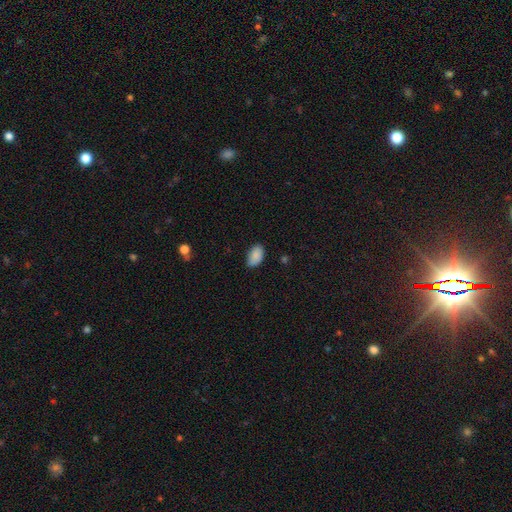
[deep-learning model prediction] Smooth or featured? smooth (88%)
How rounded? in between (93%)
Merging? none (75%)